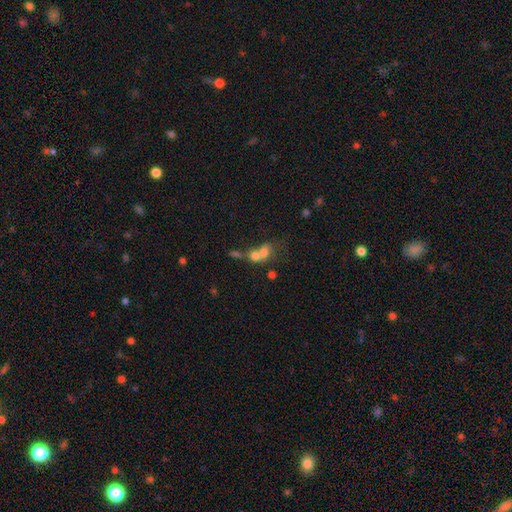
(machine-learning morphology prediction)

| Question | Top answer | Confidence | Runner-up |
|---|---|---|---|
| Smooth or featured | smooth | 66% | featured or disk (22%) |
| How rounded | round | 54% | in between (44%) |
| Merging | merger | 71% | none (18%) |